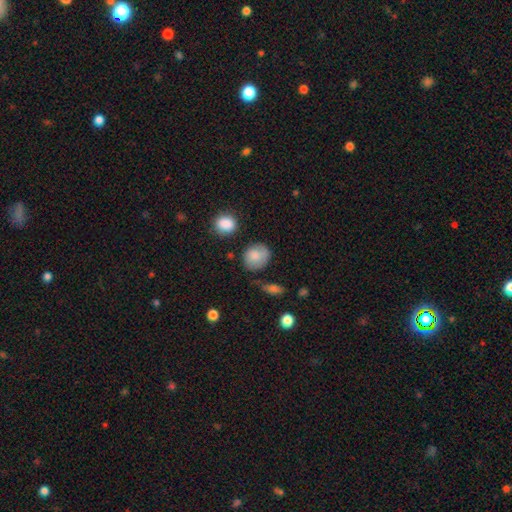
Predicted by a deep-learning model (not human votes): The model was most divided on "merging": none: 60%, minor disturbance: 27%, major disturbance: 8%, merger: 5%. More confident: smooth or featured — smooth (80%); how rounded — round (67%).